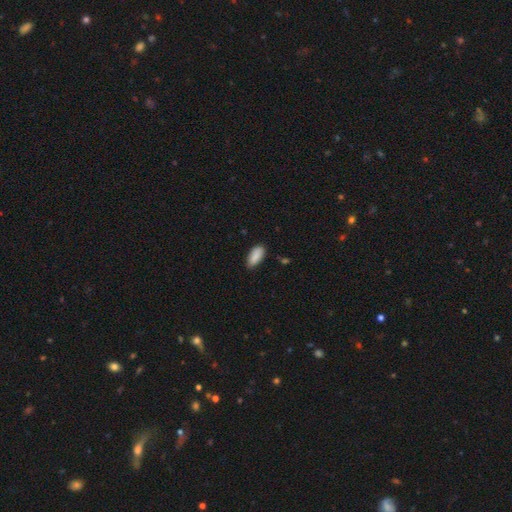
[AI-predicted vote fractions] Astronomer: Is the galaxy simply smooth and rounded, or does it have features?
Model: smooth — 89%.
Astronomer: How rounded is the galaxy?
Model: in between — 88%.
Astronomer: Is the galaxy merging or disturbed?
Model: none — 83%.